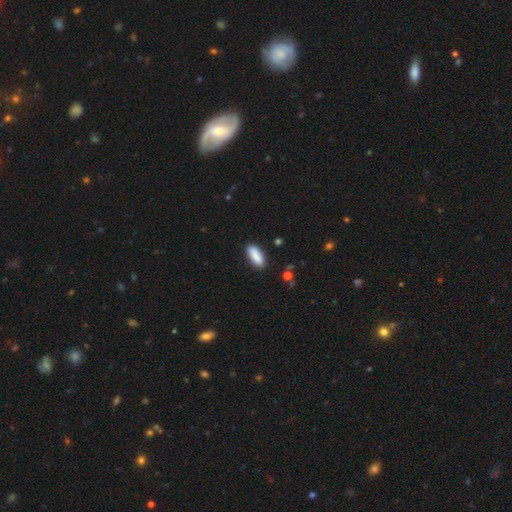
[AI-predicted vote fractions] Morphology: type=smooth (89%); roundness=in between (77%); merging=none (84%).